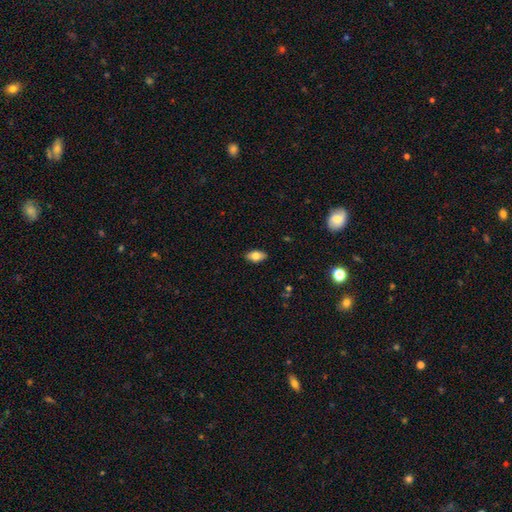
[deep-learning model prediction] Overall: smooth (78%). How rounded: in between (91%). Merging: none (88%).